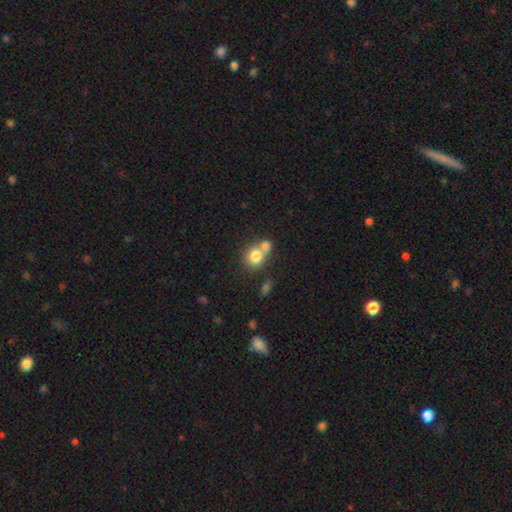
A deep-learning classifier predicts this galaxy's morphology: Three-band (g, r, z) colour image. It shows a smooth galaxy with no disk features (79%) that is round (76%). Merging: merger (50%).